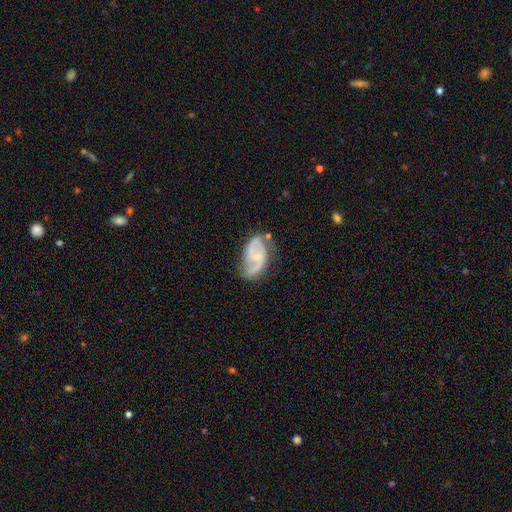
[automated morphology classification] featured or disk 81%, smooth 14%, star or artifact 6%. Down the decision tree: edge-on disk — no (97%); bar — no (46%); spiral arms — yes (92%); spiral arm count — 2 (84%); spiral winding — medium (50%); bulge size — small (66%); merging — none (60%).